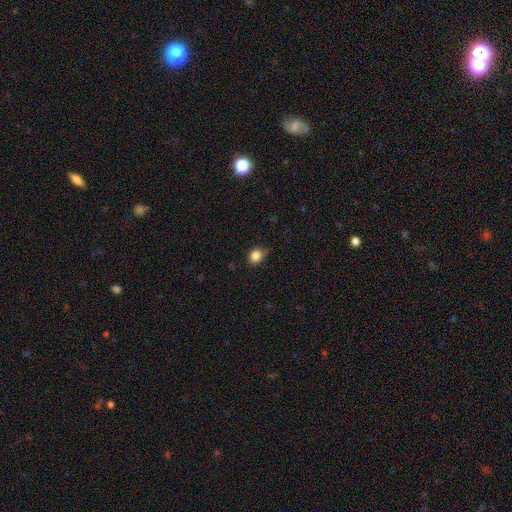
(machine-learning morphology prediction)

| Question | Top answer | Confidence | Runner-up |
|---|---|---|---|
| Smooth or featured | smooth | 85% | star or artifact (10%) |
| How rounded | round | 54% | in between (44%) |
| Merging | none | 70% | minor disturbance (24%) |